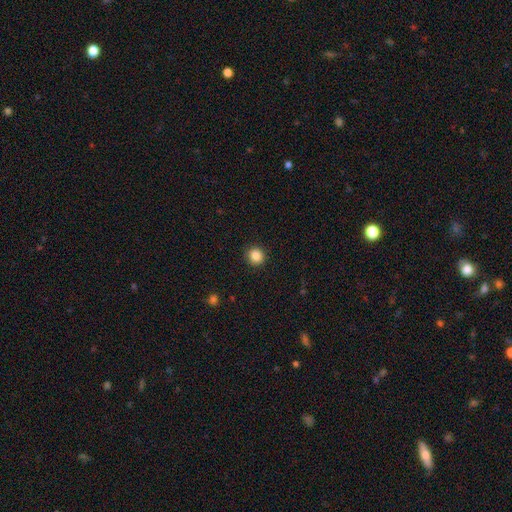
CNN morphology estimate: Smooth or featured? Predicted: smooth (p=0.86). How rounded? Predicted: round (p=0.89). Merging? Predicted: none (p=0.92).